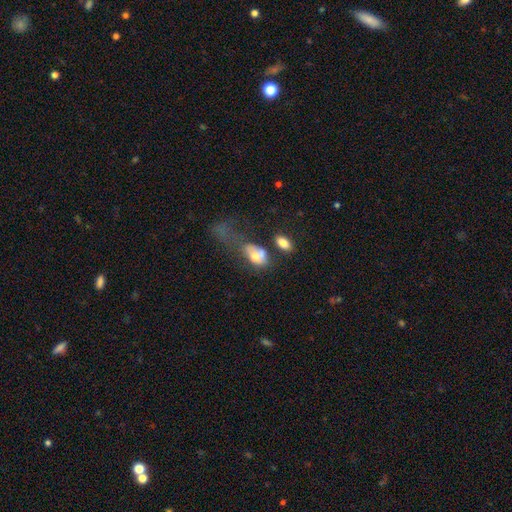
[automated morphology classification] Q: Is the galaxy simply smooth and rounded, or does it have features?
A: smooth — 66%.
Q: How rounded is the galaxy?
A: in between — 84%.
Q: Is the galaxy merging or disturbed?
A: merger — 34%.